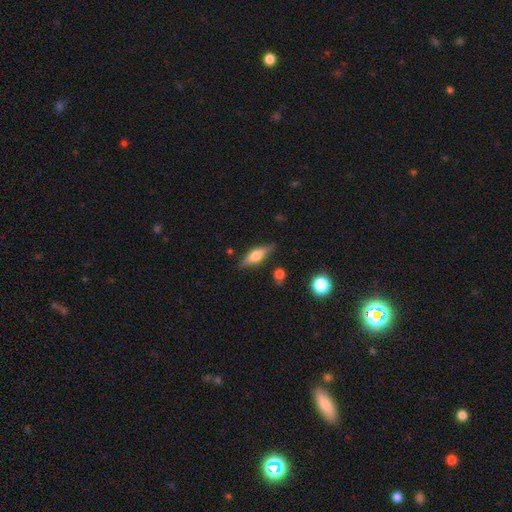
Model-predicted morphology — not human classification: Smooth or featured? Predicted: featured or disk (p=0.54). Edge-on disk? Predicted: yes (p=0.93). Edge-on bulge? Predicted: rounded (p=0.87). Merging? Predicted: none (p=0.83).